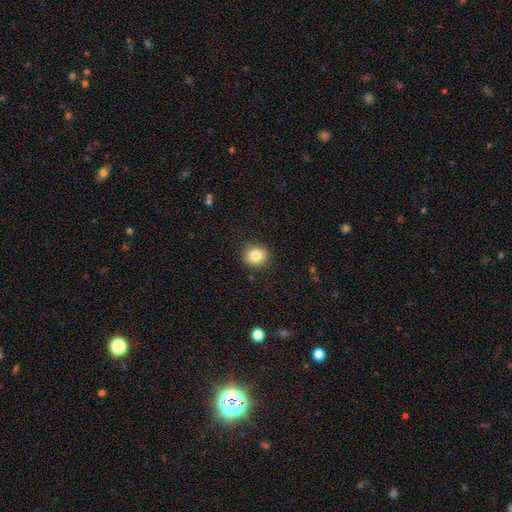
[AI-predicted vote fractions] Smooth or featured? Predicted: smooth (p=0.83). How rounded? Predicted: round (p=0.80). Merging? Predicted: none (p=0.88).